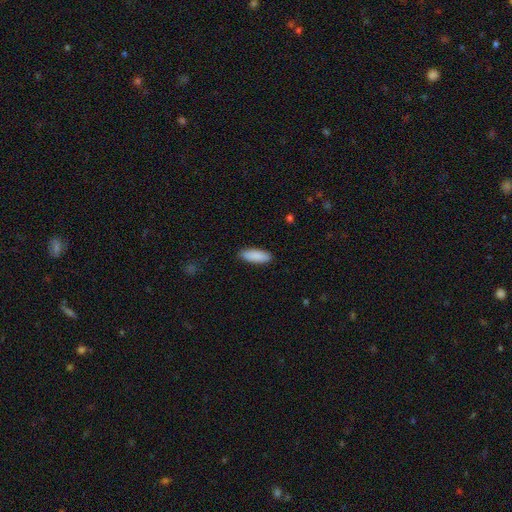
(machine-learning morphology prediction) The model was most divided on "how rounded": in between: 66%, cigar-shaped: 32%, round: 2%. More confident: smooth or featured — smooth (90%); merging — none (88%).